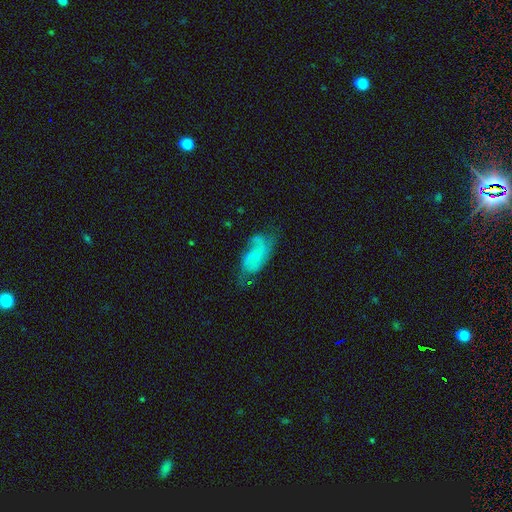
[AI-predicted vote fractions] Smooth or featured? featured or disk (62%)
Edge-on disk? no (95%)
Bar? no (71%)
Spiral arms? yes (84%)
Bulge size? small (71%)
Merging? none (49%)